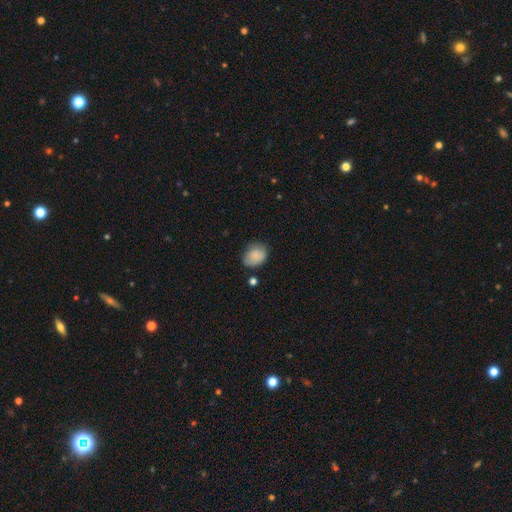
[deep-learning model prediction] Smooth or featured? smooth (83%)
How rounded? in between (55%)
Merging? none (64%)